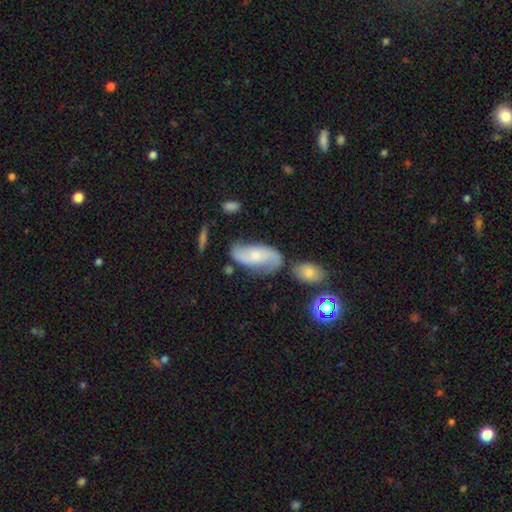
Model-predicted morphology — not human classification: Overall: featured or disk (69%). Edge-on disk: no (94%). Bar: no (58%; weak 34%). Spiral arms: yes (91%). Spiral arm count: 2 (89%). Spiral winding: loose (56%; medium 32%). Bulge size: small (46%; moderate 41%). Merging: none (63%).